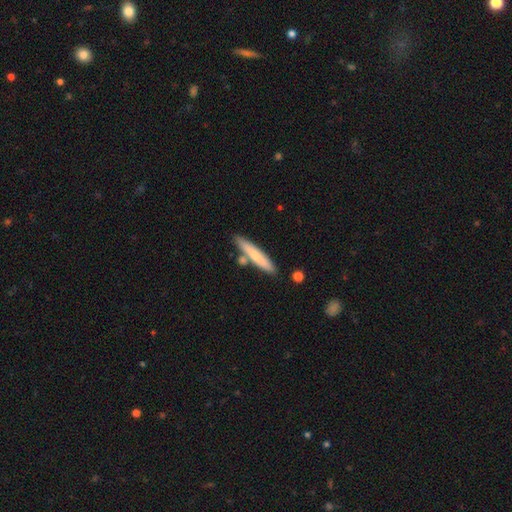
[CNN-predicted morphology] type=smooth (68%); roundness=cigar-shaped (91%); merging=none (76%).